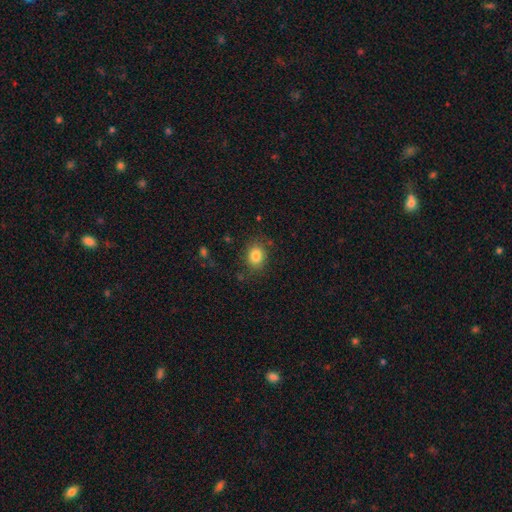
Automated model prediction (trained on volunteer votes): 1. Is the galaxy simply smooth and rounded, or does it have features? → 83% smooth, 10% star or artifact, 7% featured or disk.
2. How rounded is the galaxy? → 52% round, 47% in between, 1% cigar-shaped.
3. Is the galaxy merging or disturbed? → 81% none, 13% minor disturbance, 4% major disturbance, 2% merger.